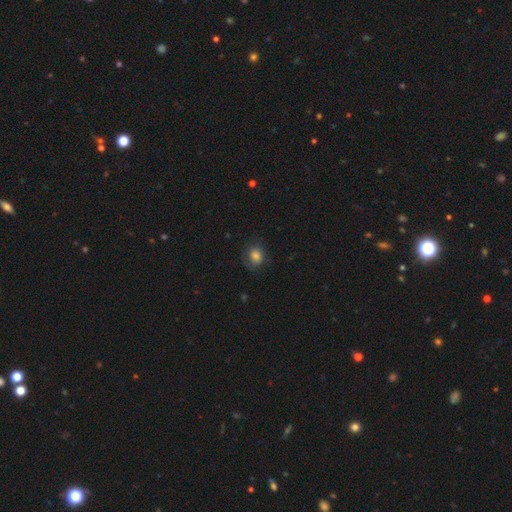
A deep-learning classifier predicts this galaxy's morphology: Smooth or featured?
  - smooth: 76% *
  - featured or disk: 14%
  - star or artifact: 10%
How rounded?
  - round: 59% *
  - in between: 40%
  - cigar-shaped: 1%
Merging?
  - none: 69% *
  - minor disturbance: 20%
  - major disturbance: 9%
  - merger: 1%